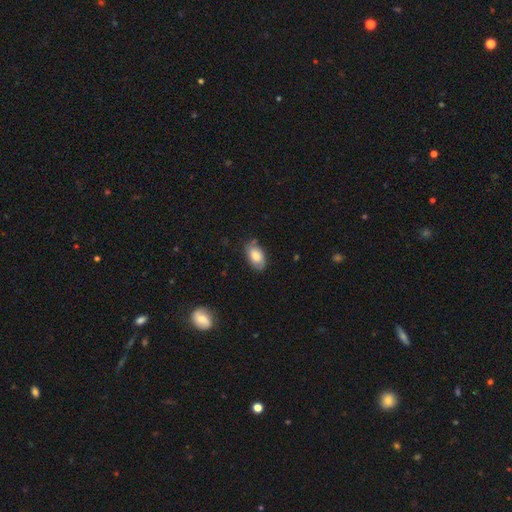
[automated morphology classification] smooth_or_featured: smooth (p=0.75) [alt: featured or disk p=0.18]
how_rounded: in between (p=0.93) [alt: round p=0.05]
merging: none (p=0.76) [alt: minor disturbance p=0.19]